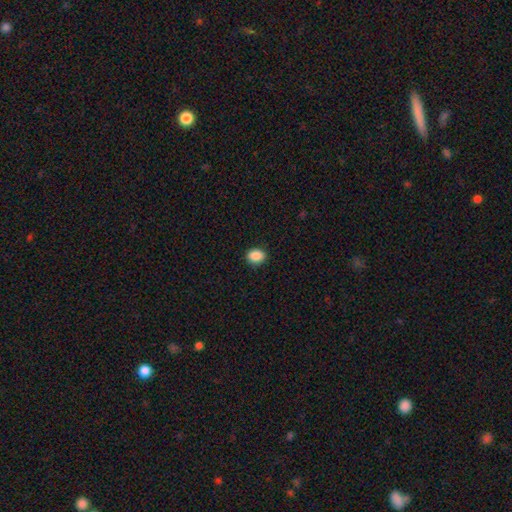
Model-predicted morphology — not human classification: smooth_or_featured: smooth (p=0.89) [alt: star or artifact p=0.09]
how_rounded: in between (p=0.58) [alt: round p=0.41]
merging: none (p=0.89) [alt: minor disturbance p=0.08]